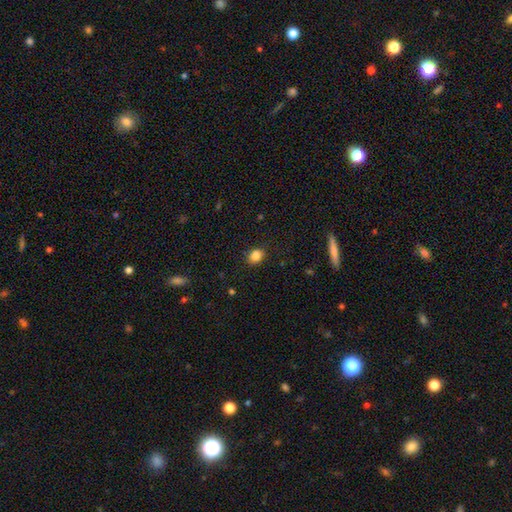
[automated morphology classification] Smooth or featured? Predicted: smooth (p=0.84). How rounded? Predicted: round (p=0.58). Merging? Predicted: none (p=0.86).